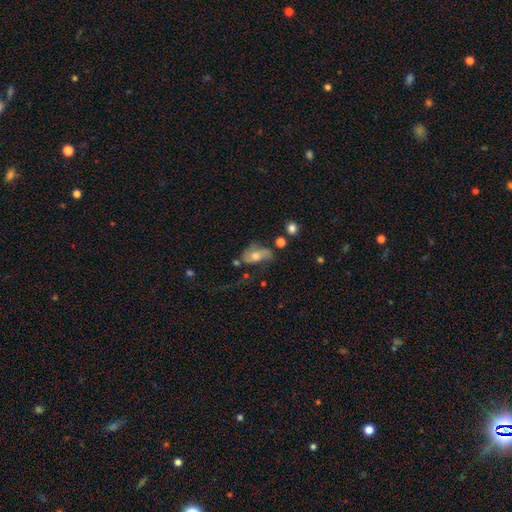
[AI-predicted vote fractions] A featured or disk galaxy (45%).

Vote fractions:
- Smooth or featured? featured or disk: 45% / smooth: 44% / star or artifact: 11%
- Merging? none: 38% / minor disturbance: 27% / major disturbance: 26% / merger: 9%